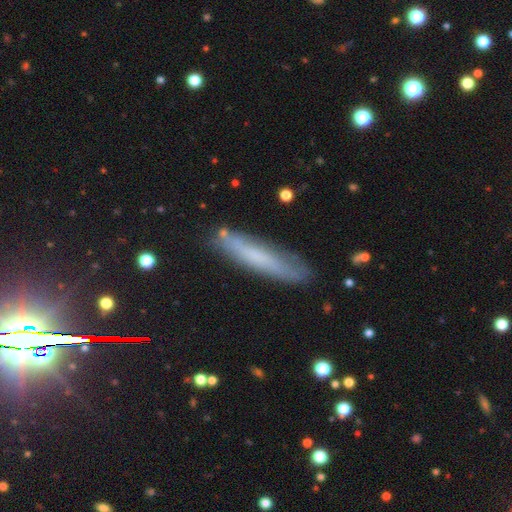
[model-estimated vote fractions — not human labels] Smooth or featured? smooth (56%)
How rounded? cigar-shaped (87%)
Merging? none (78%)